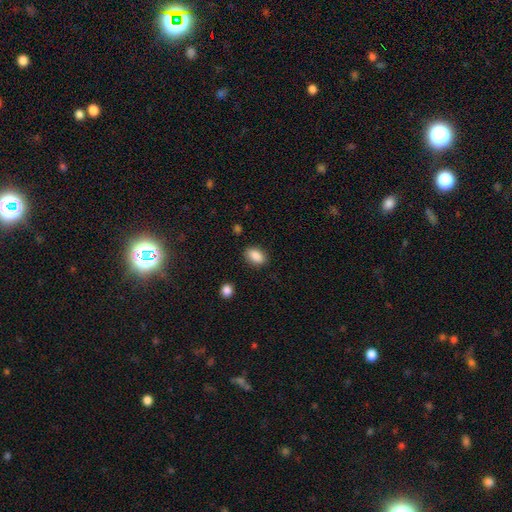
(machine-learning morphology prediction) The model was most divided on "merging": none: 85%, minor disturbance: 11%, major disturbance: 3%, merger: 2%. More confident: smooth or featured — smooth (88%); how rounded — in between (87%).